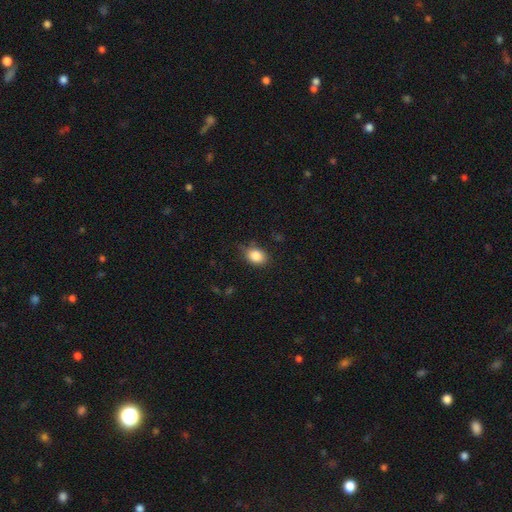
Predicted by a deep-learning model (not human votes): smooth_or_featured: smooth (p=0.86) [alt: star or artifact p=0.09]
how_rounded: in between (p=0.74) [alt: round p=0.24]
merging: none (p=0.73) [alt: minor disturbance p=0.21]